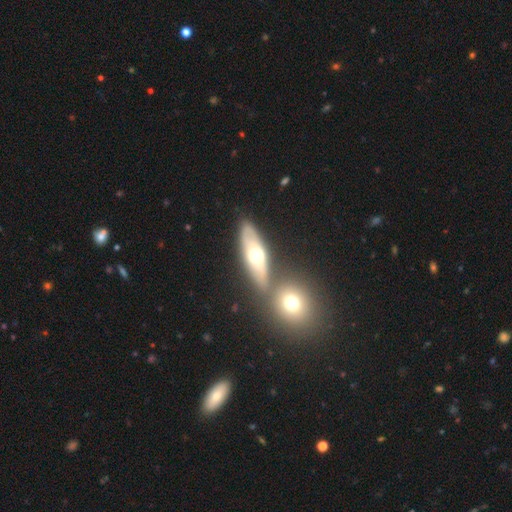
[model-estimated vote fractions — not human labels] Q: Smooth or featured?
A: featured or disk (52%); runner-up: smooth (42%)
Q: Edge-on disk?
A: no (52%); runner-up: yes (48%)
Q: Merging?
A: none (65%); runner-up: merger (20%)